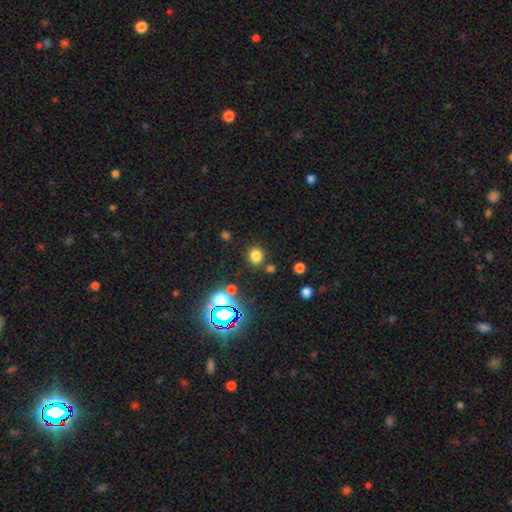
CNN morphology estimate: Smooth or featured?
  - smooth: 73% *
  - star or artifact: 22%
  - featured or disk: 6%
How rounded?
  - round: 83% *
  - in between: 16%
  - cigar-shaped: 1%
Merging?
  - none: 84% *
  - minor disturbance: 8%
  - merger: 5%
  - major disturbance: 3%